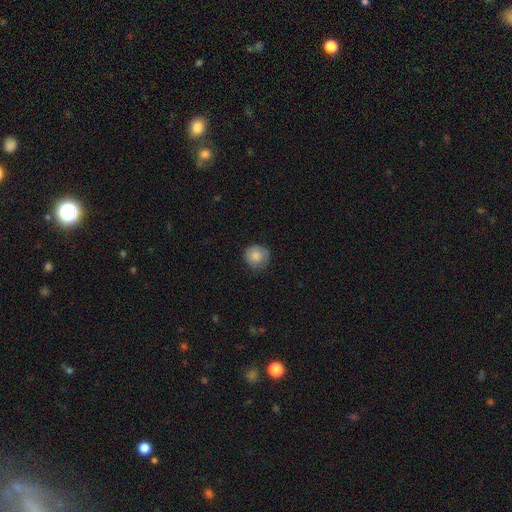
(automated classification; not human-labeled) A smooth galaxy with no disk features (85%) that is round (92%).

Vote fractions:
- Smooth or featured? smooth: 85% / star or artifact: 8% / featured or disk: 7%
- How rounded? round: 92% / in between: 8% / cigar-shaped: 1%
- Merging? none: 77% / minor disturbance: 18% / major disturbance: 4% / merger: 1%